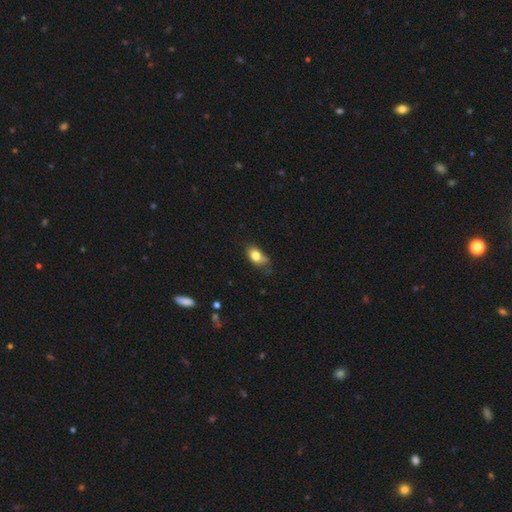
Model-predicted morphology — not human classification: A smooth galaxy with no disk features (78%) that is in between round and cigar-shaped (83%).

Vote fractions:
- Smooth or featured? smooth: 78% / featured or disk: 14% / star or artifact: 8%
- How rounded? in between: 83% / round: 14% / cigar-shaped: 3%
- Merging? none: 51% / minor disturbance: 35% / major disturbance: 9% / merger: 5%